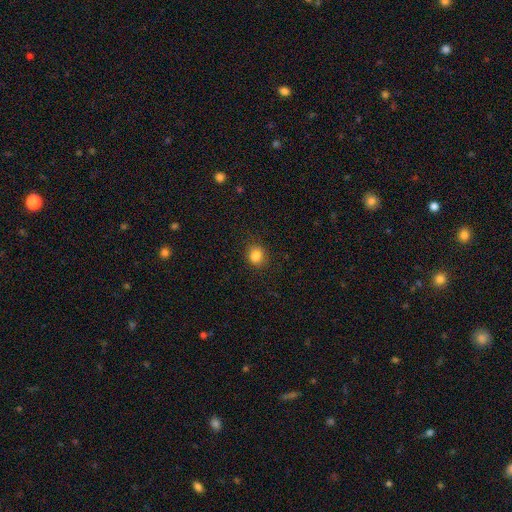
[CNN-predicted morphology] Overall: smooth (85%). How rounded: round (70%). Merging: none (83%).